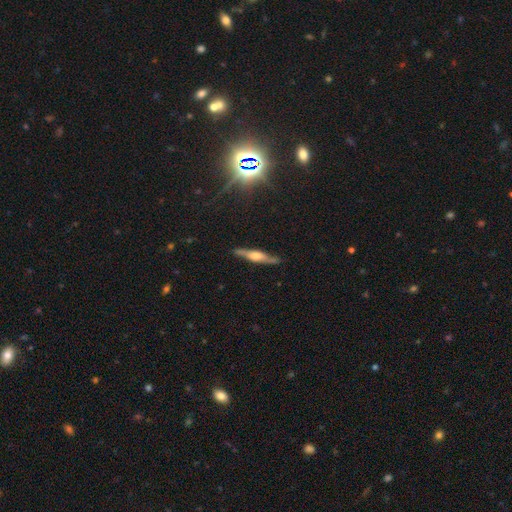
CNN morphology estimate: Smooth or featured? Predicted: featured or disk (p=0.64). Edge-on disk? Predicted: yes (p=0.93). Edge-on bulge? Predicted: rounded (p=0.74). Merging? Predicted: none (p=0.87).